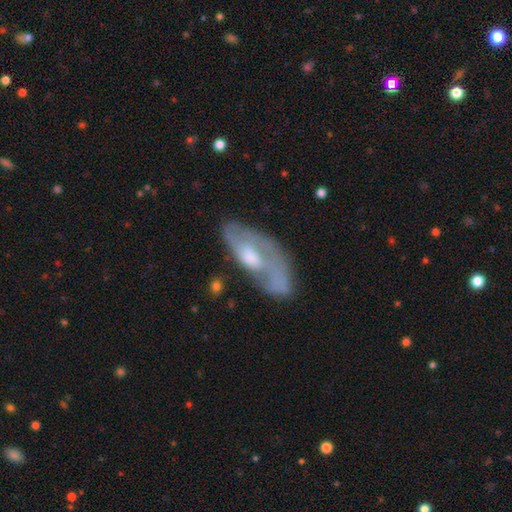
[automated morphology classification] Smooth or featured?
  - featured or disk: 63% *
  - smooth: 29%
  - star or artifact: 9%
Edge-on disk?
  - no: 86% *
  - yes: 14%
Bar?
  - no: 64% *
  - weak: 29%
  - strong: 7%
Spiral arms?
  - yes: 59% *
  - no: 41%
Bulge size?
  - moderate: 56% *
  - small: 22%
  - large: 13%
  - none: 7%
  - dominant: 2%
Merging?
  - none: 52% *
  - minor disturbance: 23%
  - major disturbance: 16%
  - merger: 8%